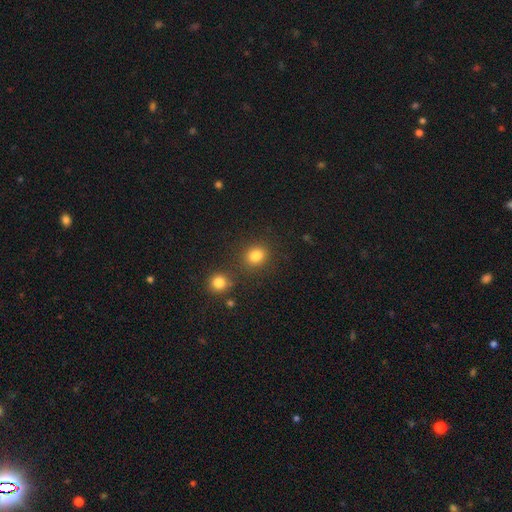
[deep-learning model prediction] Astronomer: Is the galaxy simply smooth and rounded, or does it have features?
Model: smooth — 82%.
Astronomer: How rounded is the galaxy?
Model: round — 71%.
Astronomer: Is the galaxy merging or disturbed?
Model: none — 77%.